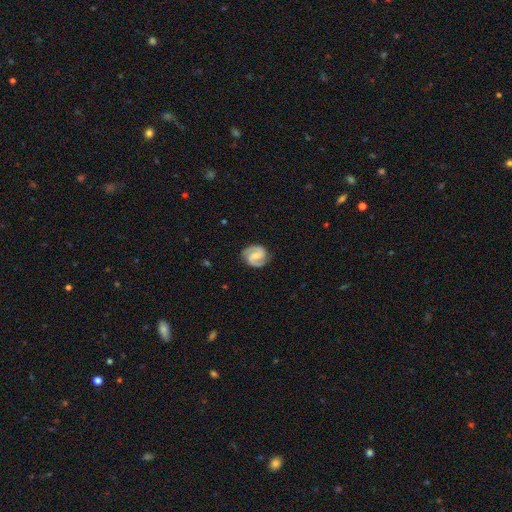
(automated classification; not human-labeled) Q: Smooth or featured?
A: featured or disk (87%); runner-up: smooth (8%)
Q: Edge-on disk?
A: no (98%); runner-up: yes (2%)
Q: Bar?
A: weak (50%); runner-up: no (29%)
Q: Spiral arms?
A: yes (98%); runner-up: no (2%)
Q: Spiral winding?
A: medium (50%); runner-up: tight (39%)
Q: Spiral arm count?
A: 2 (93%); runner-up: can't tell (2%)
Q: Bulge size?
A: small (46%); runner-up: moderate (39%)
Q: Merging?
A: none (85%); runner-up: minor disturbance (11%)